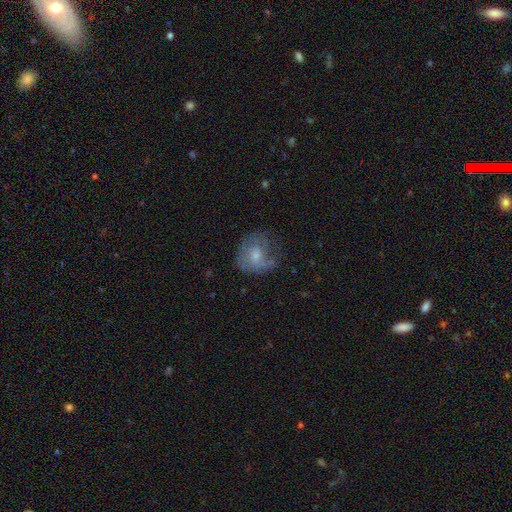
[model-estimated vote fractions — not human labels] This appears to be a smooth galaxy with no disk features (51%) that is round (63%). Merging: none (44%).